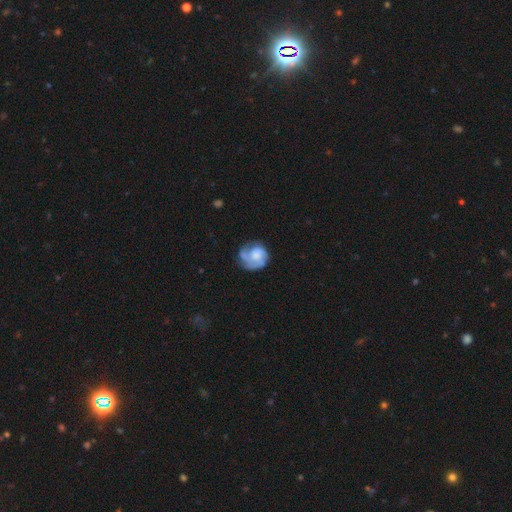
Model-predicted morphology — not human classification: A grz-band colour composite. It shows a featured or disk galaxy (70%) with no bar (77%), 2 (29%) tight (54%) spiral arms (91%) and a moderate central bulge (30%). Merging: none (61%).